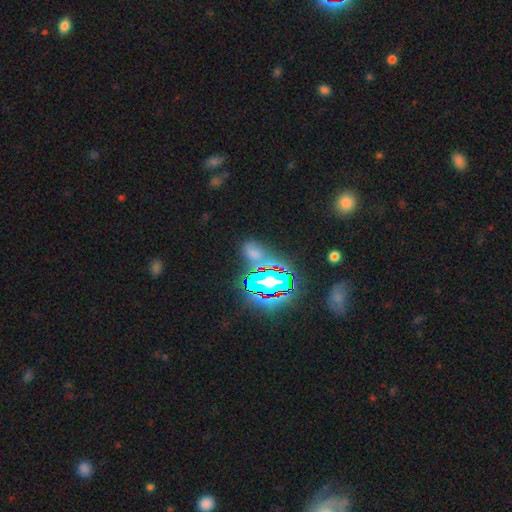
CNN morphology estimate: Q: Smooth or featured?
A: star or artifact (54%); runner-up: smooth (34%)